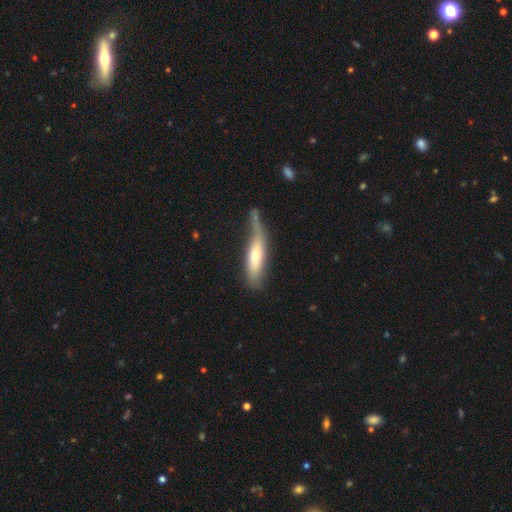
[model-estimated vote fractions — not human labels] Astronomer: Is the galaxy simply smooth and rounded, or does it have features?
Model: smooth — 50% (runner-up: featured or disk, 43%).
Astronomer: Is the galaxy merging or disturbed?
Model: none — 37% (runner-up: minor disturbance, 28%).